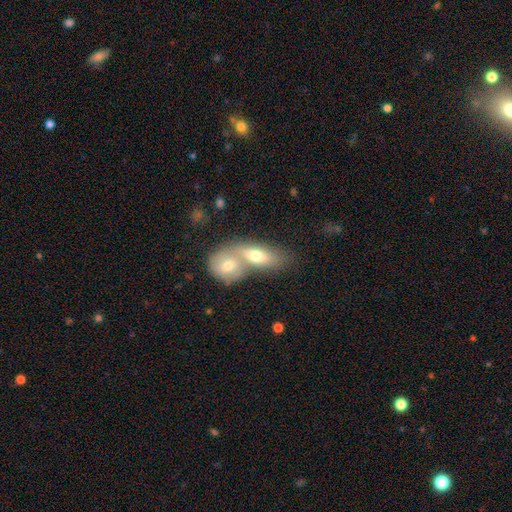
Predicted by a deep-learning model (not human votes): Overall: smooth (67%). How rounded: in between (74%). Merging: merger (67%).